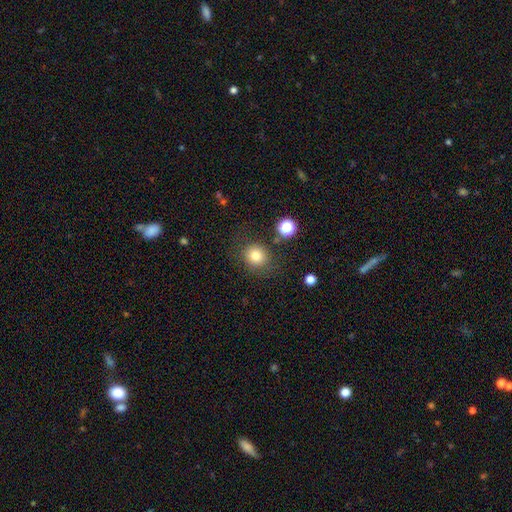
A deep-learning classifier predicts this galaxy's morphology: smooth-or-featured: smooth: 81% | star or artifact: 12% | featured or disk: 7%
  how-rounded: round: 83% | in between: 16% | cigar-shaped: 1%
  merging: none: 80% | minor disturbance: 11% | major disturbance: 5% | merger: 4%